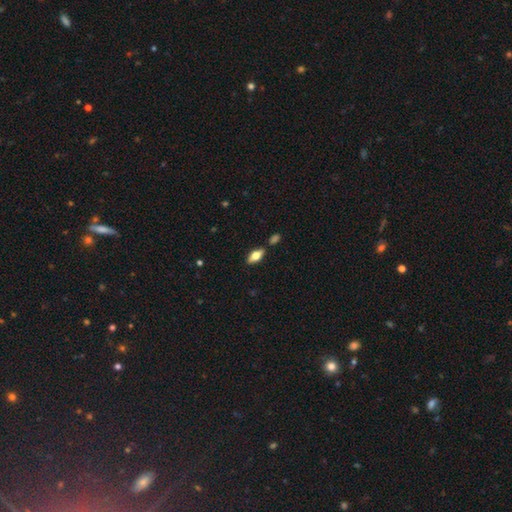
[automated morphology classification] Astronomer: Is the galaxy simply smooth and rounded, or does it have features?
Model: smooth — 59%.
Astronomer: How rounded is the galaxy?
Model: in between — 79%.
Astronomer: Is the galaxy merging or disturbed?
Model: none — 82%.